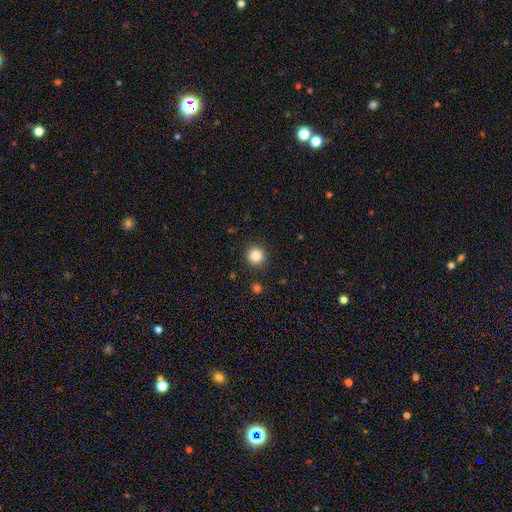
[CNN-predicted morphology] smooth_or_featured: smooth (p=0.86) [alt: star or artifact p=0.10]
how_rounded: round (p=0.94) [alt: in between p=0.05]
merging: none (p=0.90) [alt: minor disturbance p=0.06]